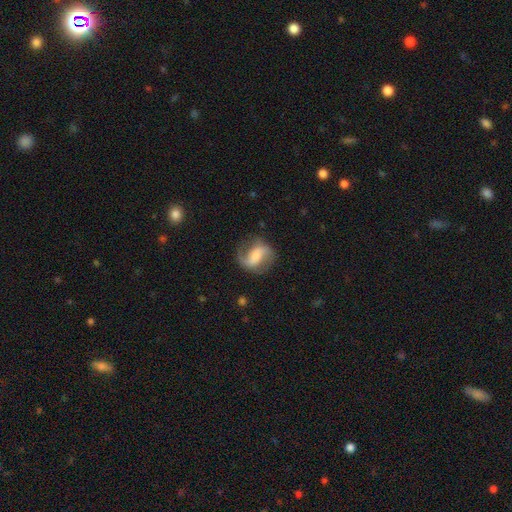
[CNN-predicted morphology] type=featured or disk (73%); edge-on=no (97%); bar=weak (41%); spiral arms=yes (93%); winding=loose (51%); arm count=2 (85%); bulge=moderate (39%); merging=none (73%).